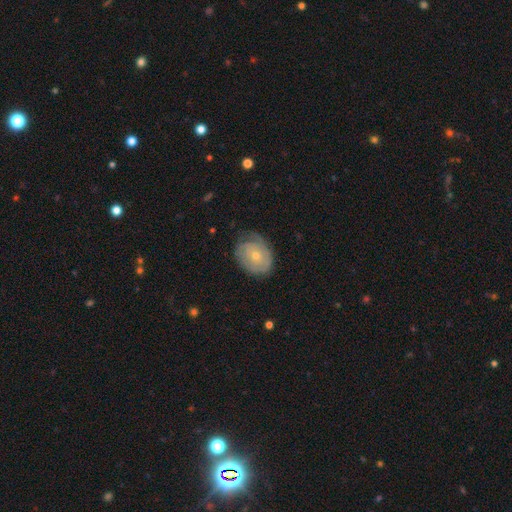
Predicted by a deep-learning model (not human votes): A featured or disk galaxy (66%) with no bar (82%), tight (69%) spiral arms (82%) and a small central bulge (61%).

Vote fractions:
- Smooth or featured? featured or disk: 66% / smooth: 28% / star or artifact: 6%
- Edge-on disk? no: 97% / yes: 3%
- Bar? no: 82% / weak: 15% / strong: 2%
- Spiral arms? yes: 82% / no: 18%
- Spiral winding? tight: 69% / medium: 22% / loose: 9%
- Spiral arm count? can't tell: 43% / 2: 25% / 1: 15% / 3: 10% / 4: 4% / more than 4: 3%
- Bulge size? small: 61% / moderate: 35% / large: 1% / none: 1% / dominant: 1%
- Merging? none: 60% / minor disturbance: 28% / major disturbance: 11% / merger: 1%